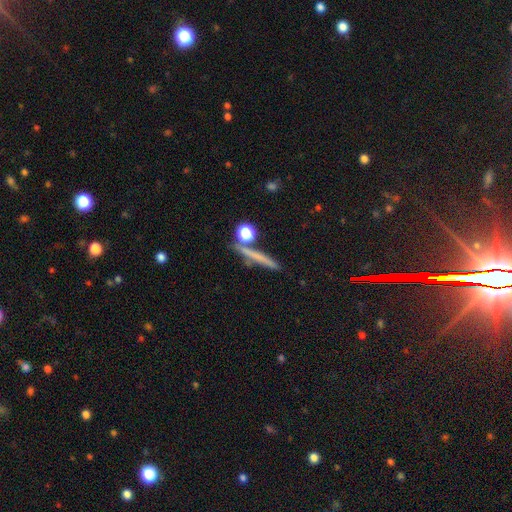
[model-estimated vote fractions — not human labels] Morphology: type=smooth (56%); roundness=cigar-shaped (82%); merging=none (77%).